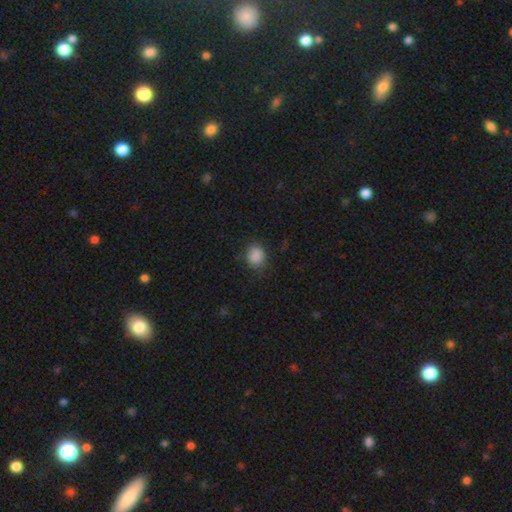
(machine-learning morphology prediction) This appears to be a smooth galaxy with no disk features (87%) that is round (64%). Merging: none (79%).